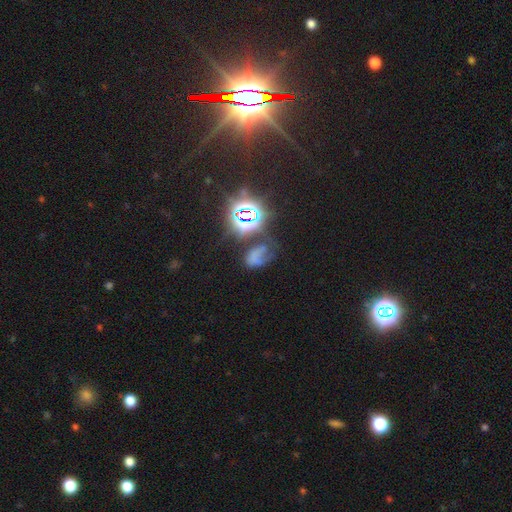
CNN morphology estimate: Smooth or featured? star or artifact (38%)